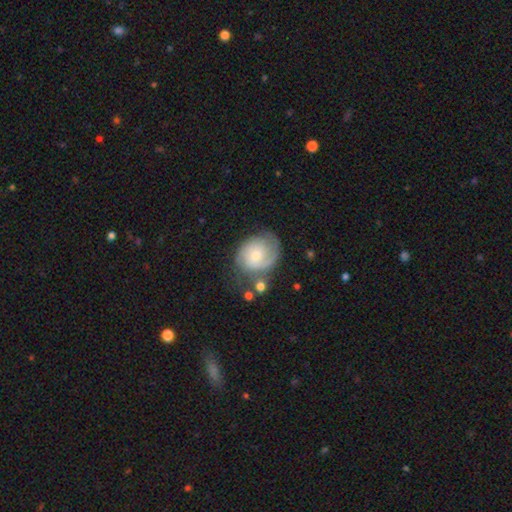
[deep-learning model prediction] A featured or disk galaxy (70%) with no bar (67%), 2 (53%) tight (50%) spiral arms (91%) and a small central bulge (48%). Merging: none (57%).